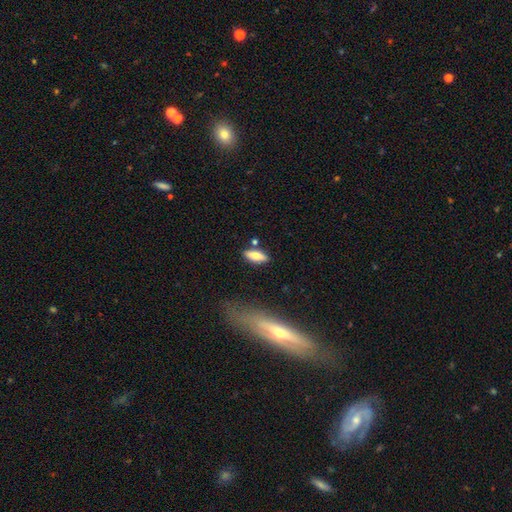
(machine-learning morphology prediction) smooth-or-featured: smooth: 71% | featured or disk: 22% | star or artifact: 7%
  how-rounded: in between: 65% | cigar-shaped: 32% | round: 3%
  merging: none: 79% | minor disturbance: 12% | merger: 6% | major disturbance: 3%